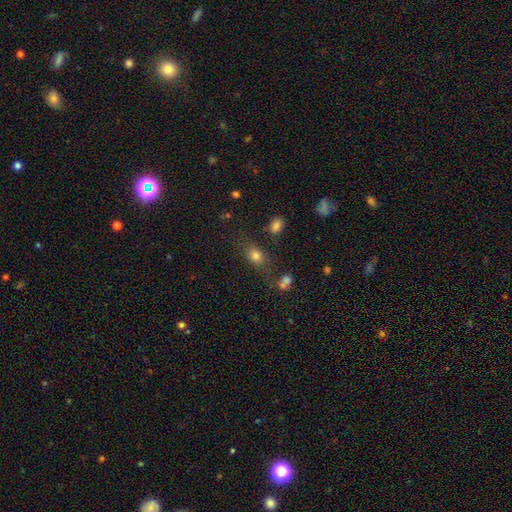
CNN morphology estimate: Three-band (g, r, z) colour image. It shows a smooth galaxy with no disk features (76%) that is in between round and cigar-shaped (63%). Merging: none (69%).